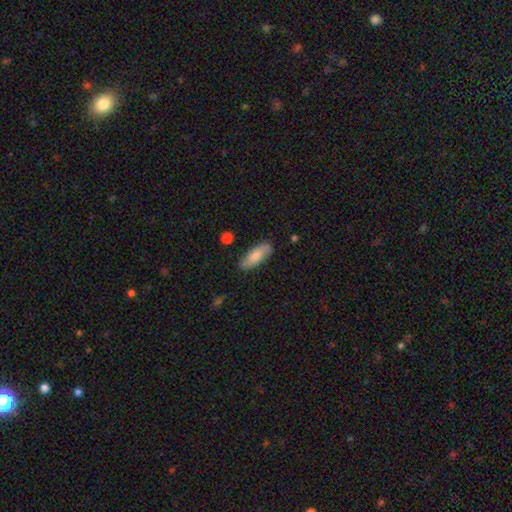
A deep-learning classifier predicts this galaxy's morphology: A smooth galaxy with no disk features (77%) that is in between round and cigar-shaped (73%).

Vote fractions:
- Smooth or featured? smooth: 77% / featured or disk: 17% / star or artifact: 6%
- How rounded? in between: 73% / cigar-shaped: 25% / round: 2%
- Merging? none: 83% / minor disturbance: 13% / major disturbance: 2% / merger: 2%